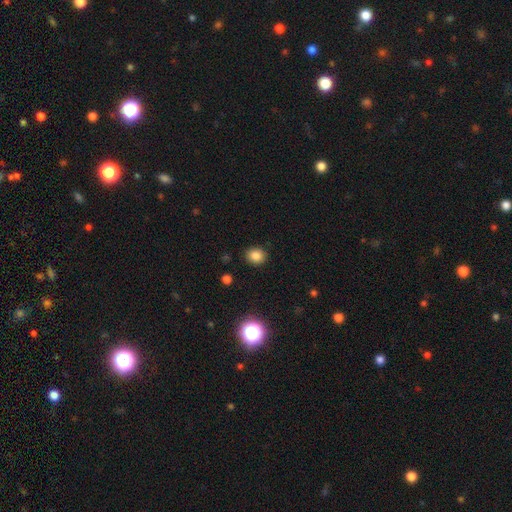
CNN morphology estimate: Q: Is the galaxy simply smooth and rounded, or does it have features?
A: smooth — 83%.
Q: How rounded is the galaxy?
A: round — 70%.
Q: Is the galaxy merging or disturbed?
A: none — 90%.